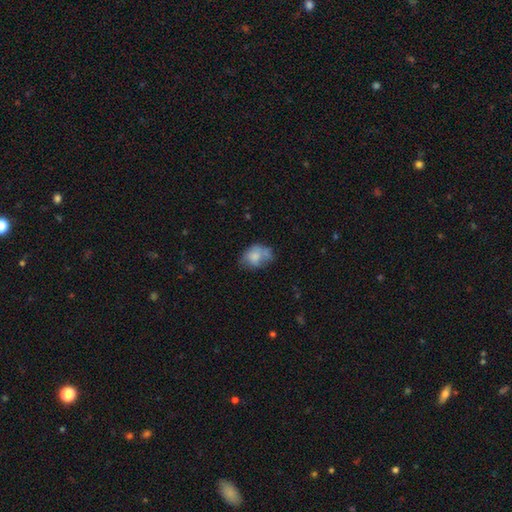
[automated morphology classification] This is likely a smooth galaxy (69%). How rounded: likely in between (69%). Merging: marginally none (40%).